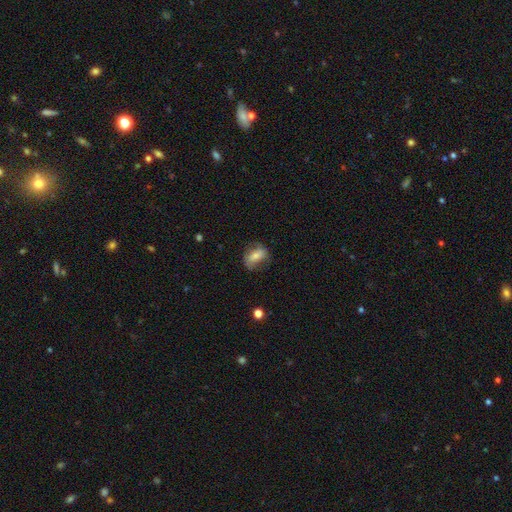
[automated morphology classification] A smooth galaxy with no disk features (66%) that is in between round and cigar-shaped (82%). Merging: none (59%).